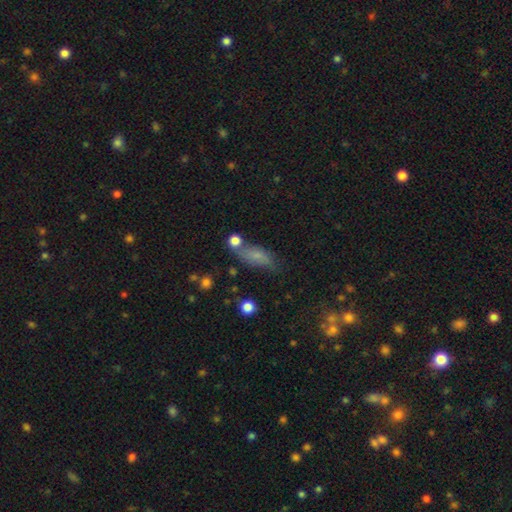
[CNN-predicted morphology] A smooth galaxy with no disk features (65%) that is in between round and cigar-shaped (73%). Merging: none (53%).